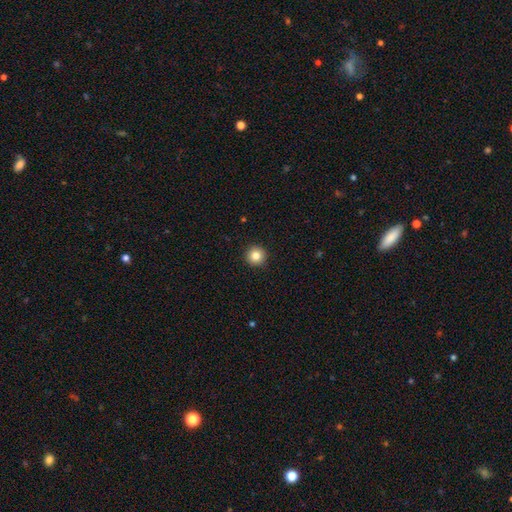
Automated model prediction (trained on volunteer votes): This is clearly a smooth galaxy (84%). How rounded: clearly round (96%). Merging: clearly none (93%).